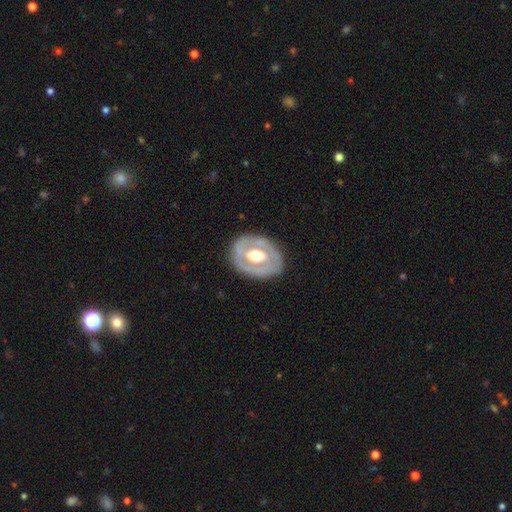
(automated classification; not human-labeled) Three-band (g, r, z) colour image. It shows a featured or disk galaxy (65%) with no bar (63%), no spiral arms (78%) and a moderate central bulge (58%). Merging: none (80%).